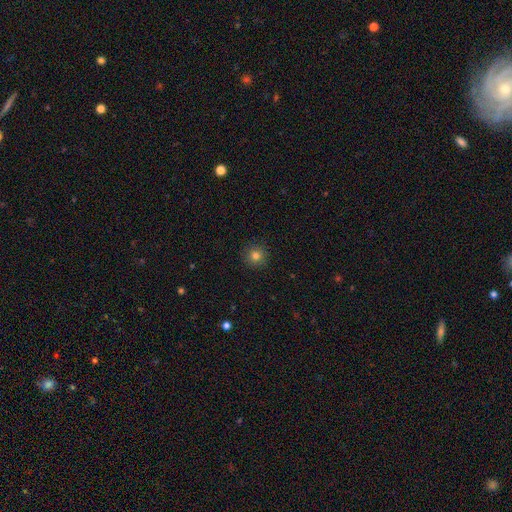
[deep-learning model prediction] Smooth or featured: smooth — 81% (star or artifact — 13%)
How rounded: round — 95% (in between — 4%)
Merging: none — 92% (minor disturbance — 5%)